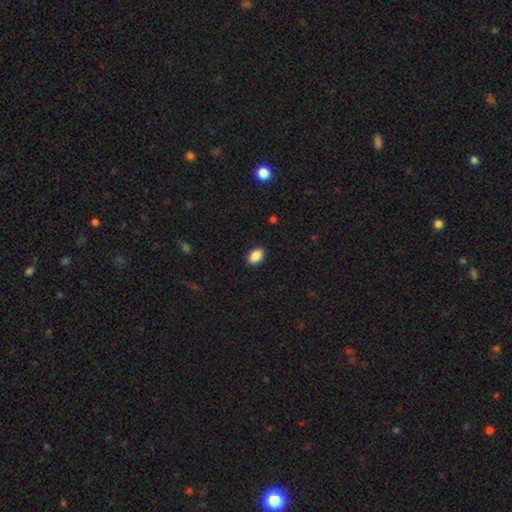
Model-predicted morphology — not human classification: smooth 87%, star or artifact 8%, featured or disk 5%. Down the decision tree: how rounded — in between (89%); merging — none (89%).